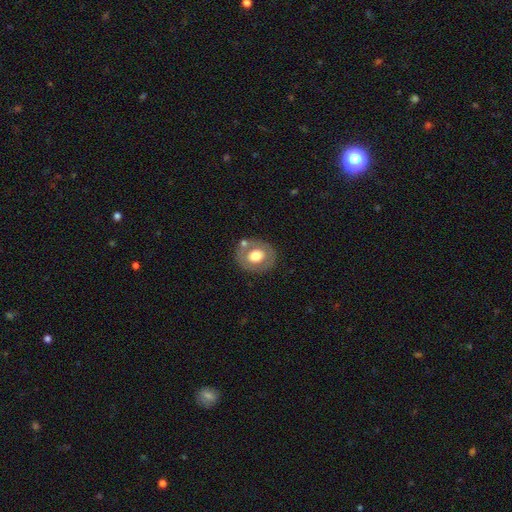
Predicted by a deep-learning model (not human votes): smooth-or-featured: smooth: 57% | featured or disk: 35% | star or artifact: 7%
  how-rounded: round: 65% | in between: 34% | cigar-shaped: 1%
  merging: none: 72% | minor disturbance: 13% | merger: 10% | major disturbance: 5%